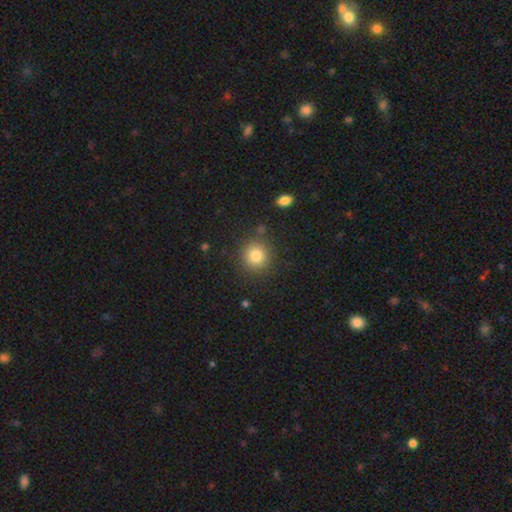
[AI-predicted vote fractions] The model was most divided on "smooth or featured": smooth: 81%, star or artifact: 11%, featured or disk: 7%. More confident: how rounded — round (92%); merging — none (86%).